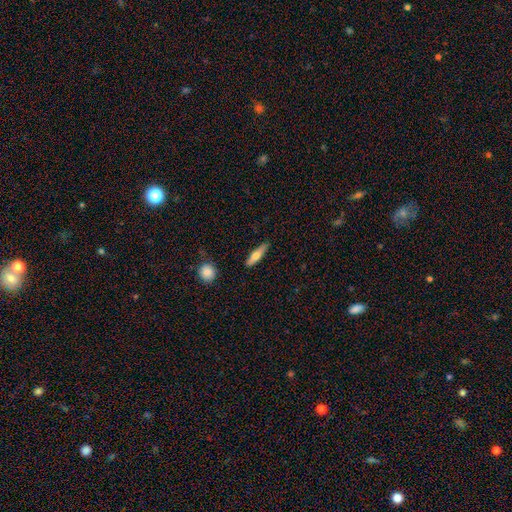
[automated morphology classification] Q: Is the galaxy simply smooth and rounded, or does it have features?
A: smooth — 61%.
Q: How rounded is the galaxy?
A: cigar-shaped — 70%.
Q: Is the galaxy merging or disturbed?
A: none — 85%.